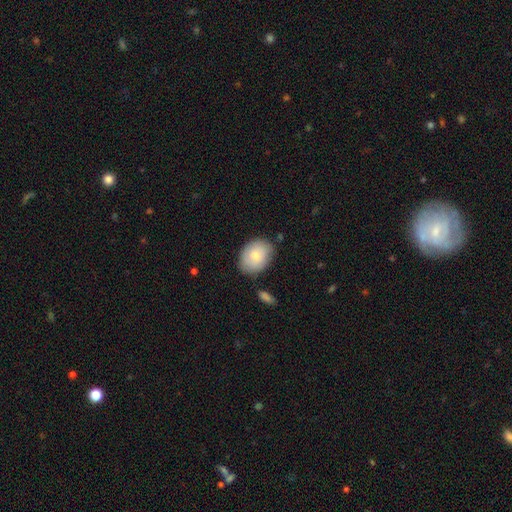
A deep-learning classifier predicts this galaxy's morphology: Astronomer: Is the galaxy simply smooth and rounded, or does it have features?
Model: smooth — 75%.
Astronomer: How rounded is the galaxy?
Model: in between — 68%.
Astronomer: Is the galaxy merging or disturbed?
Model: none — 76%.